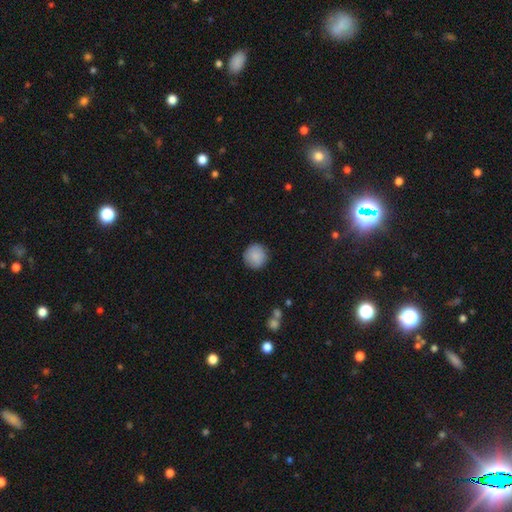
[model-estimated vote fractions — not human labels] Smooth or featured: smooth — 88% (star or artifact — 7%)
How rounded: round — 94% (in between — 5%)
Merging: none — 90% (minor disturbance — 7%)